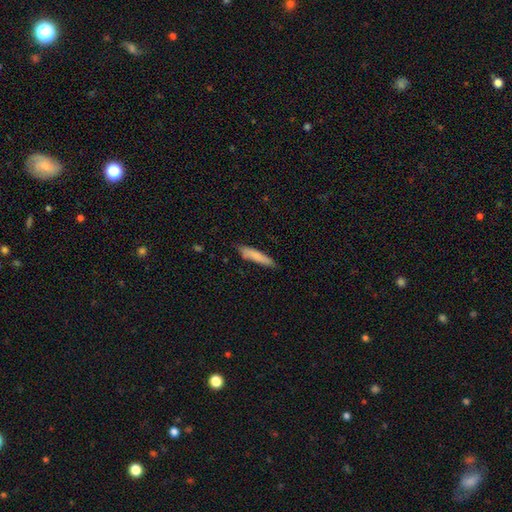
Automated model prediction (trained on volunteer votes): smooth_or_featured: smooth (p=0.81) [alt: featured or disk p=0.13]
how_rounded: cigar-shaped (p=0.88) [alt: in between p=0.11]
merging: none (p=0.80) [alt: minor disturbance p=0.16]